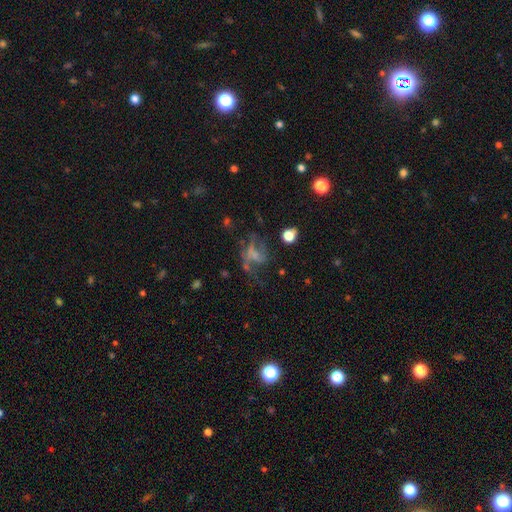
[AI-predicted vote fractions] Smooth or featured: featured or disk — 54% (star or artifact — 24%)
Edge-on disk: no — 96% (yes — 4%)
Bar: no — 58% (weak — 31%)
Spiral arms: yes — 63% (no — 37%)
Bulge size: none — 53% (small — 26%)
Merging: major disturbance — 40% (none — 37%)